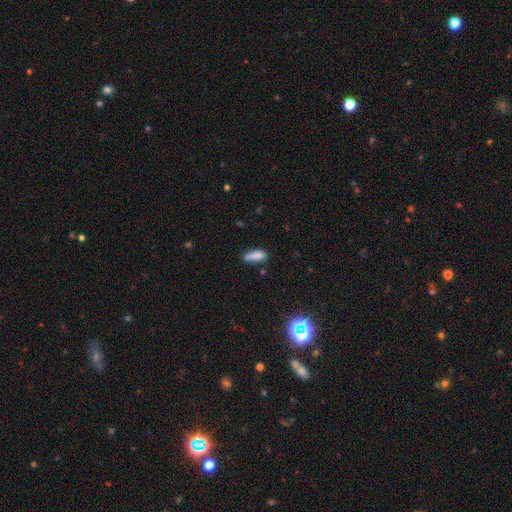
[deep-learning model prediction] This appears to be a smooth galaxy with no disk features (83%) that is in between round and cigar-shaped (64%). Merging: none (60%).